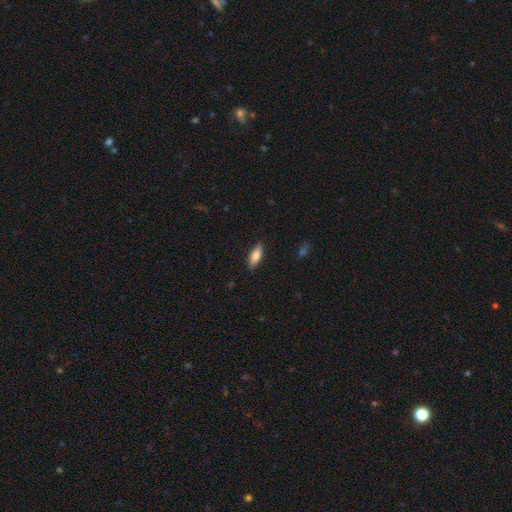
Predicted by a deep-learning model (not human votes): smooth-or-featured: smooth: 76% | featured or disk: 18% | star or artifact: 6%
  how-rounded: in between: 63% | cigar-shaped: 35% | round: 2%
  merging: none: 87% | minor disturbance: 10% | major disturbance: 2% | merger: 1%